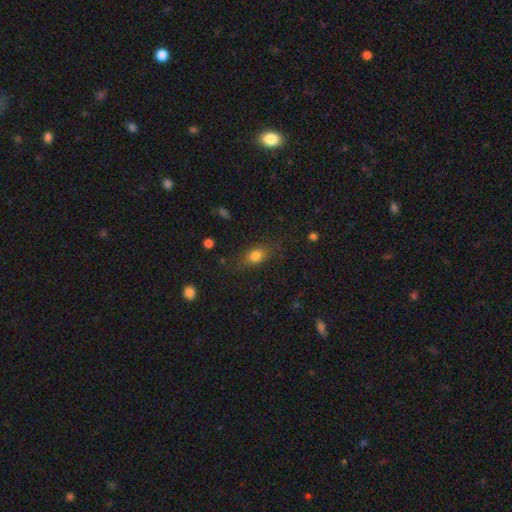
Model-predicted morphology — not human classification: smooth-or-featured: smooth: 78% | star or artifact: 11% | featured or disk: 10%
  how-rounded: in between: 71% | round: 23% | cigar-shaped: 7%
  merging: none: 75% | minor disturbance: 17% | major disturbance: 6% | merger: 2%